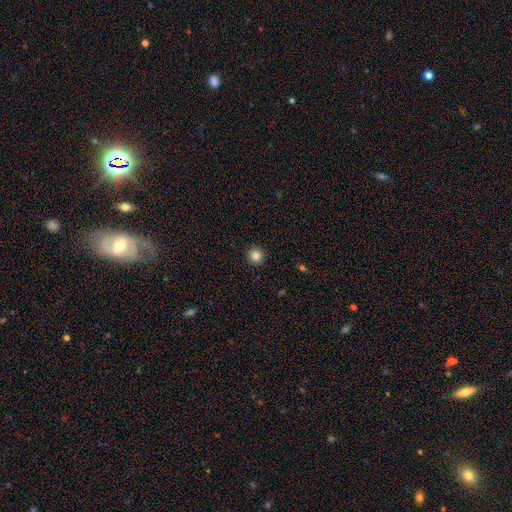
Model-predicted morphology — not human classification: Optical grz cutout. It shows a smooth galaxy with no disk features (84%) that is round (94%). Merging: none (93%).